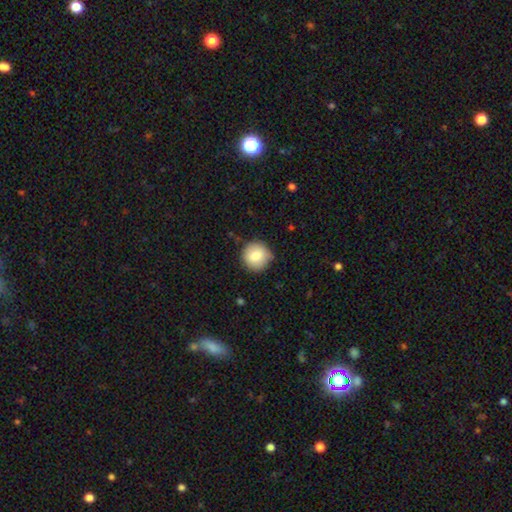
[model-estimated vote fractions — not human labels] A smooth galaxy with no disk features (82%) that is round (95%).

Vote fractions:
- Smooth or featured? smooth: 82% / featured or disk: 9% / star or artifact: 8%
- How rounded? round: 95% / in between: 4% / cigar-shaped: 1%
- Merging? none: 84% / minor disturbance: 12% / major disturbance: 2% / merger: 1%